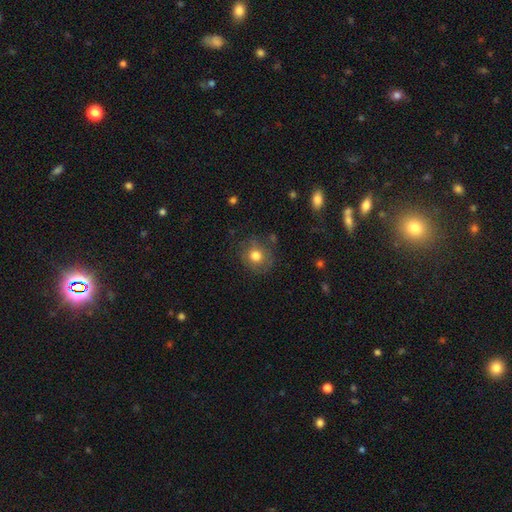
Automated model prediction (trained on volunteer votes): Smooth or featured? Predicted: smooth (p=0.76). How rounded? Predicted: round (p=0.83). Merging? Predicted: none (p=0.75).